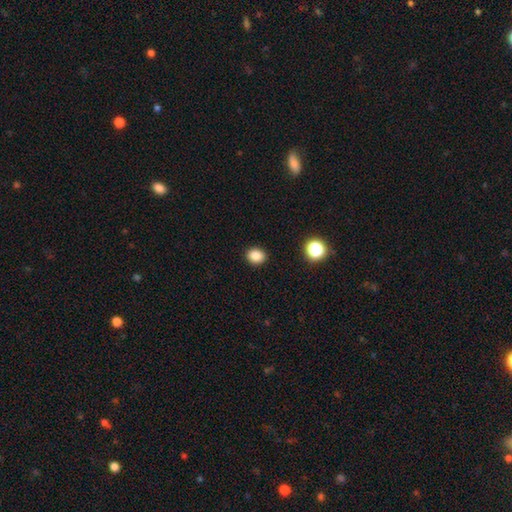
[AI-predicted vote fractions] This appears to be a smooth galaxy with no disk features (85%) that is round (62%). Merging: none (91%).